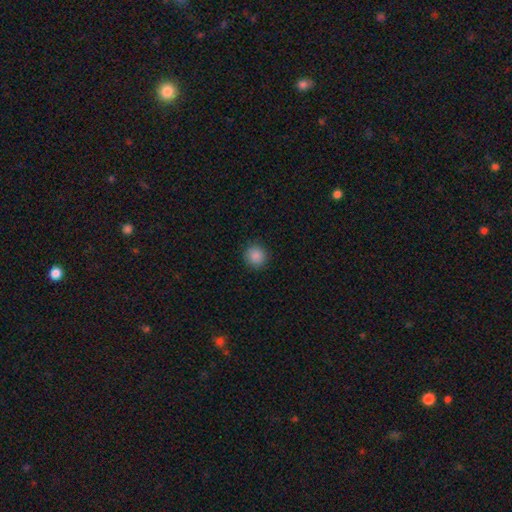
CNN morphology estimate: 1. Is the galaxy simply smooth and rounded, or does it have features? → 88% smooth, 9% star or artifact, 3% featured or disk.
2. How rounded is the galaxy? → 93% round, 6% in between, 1% cigar-shaped.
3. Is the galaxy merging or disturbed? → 91% none, 6% minor disturbance, 2% major disturbance, 1% merger.